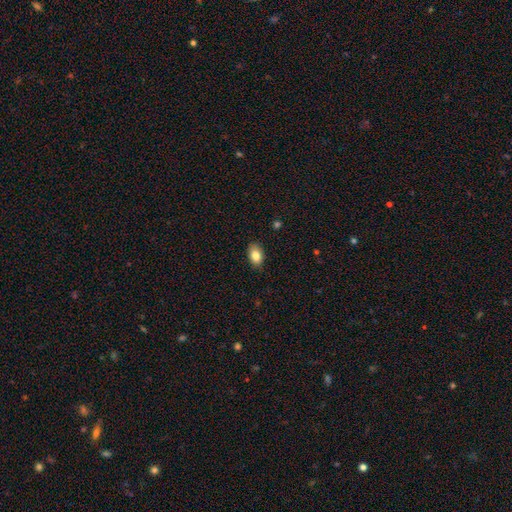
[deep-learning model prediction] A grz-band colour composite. It shows a smooth galaxy with no disk features (83%) that is in between round and cigar-shaped (89%). Merging: none (86%).